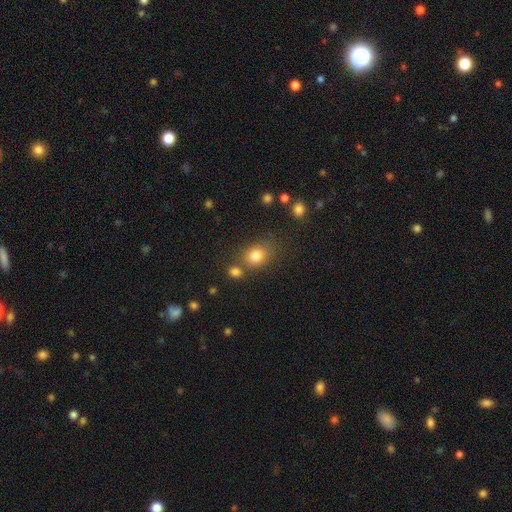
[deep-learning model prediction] This is clearly a smooth galaxy (80%). How rounded: possibly round (52%). Merging: likely none (63%).